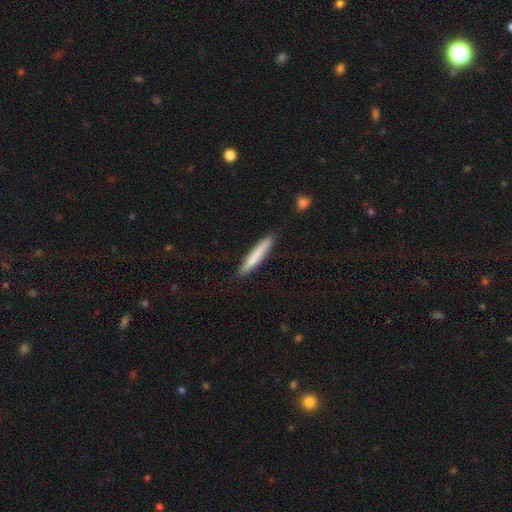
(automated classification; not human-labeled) Smooth or featured?
  - smooth: 78% *
  - featured or disk: 17%
  - star or artifact: 6%
How rounded?
  - cigar-shaped: 94% *
  - in between: 5%
  - round: 1%
Merging?
  - none: 88% *
  - minor disturbance: 9%
  - major disturbance: 2%
  - merger: 1%